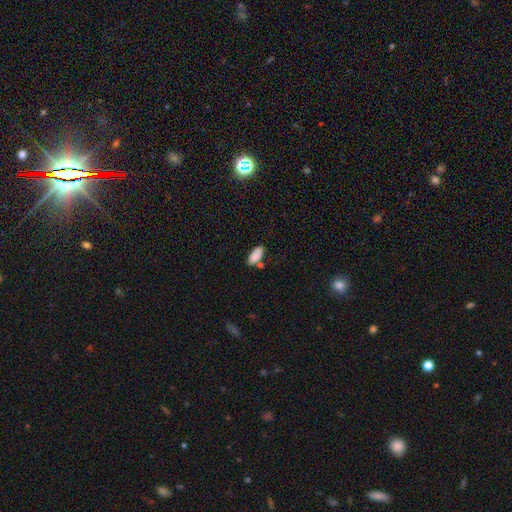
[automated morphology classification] A smooth galaxy with no disk features (86%) that is in between round and cigar-shaped (85%).

Vote fractions:
- Smooth or featured? smooth: 86% / star or artifact: 7% / featured or disk: 7%
- How rounded? in between: 85% / cigar-shaped: 13% / round: 2%
- Merging? none: 68% / minor disturbance: 16% / merger: 13% / major disturbance: 4%